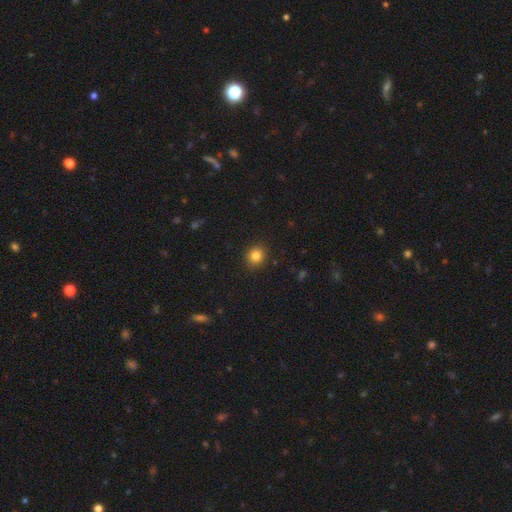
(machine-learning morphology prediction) The model was most divided on "how rounded": round: 79%, in between: 20%, cigar-shaped: 1%. More confident: merging — none (90%); smooth or featured — smooth (83%).